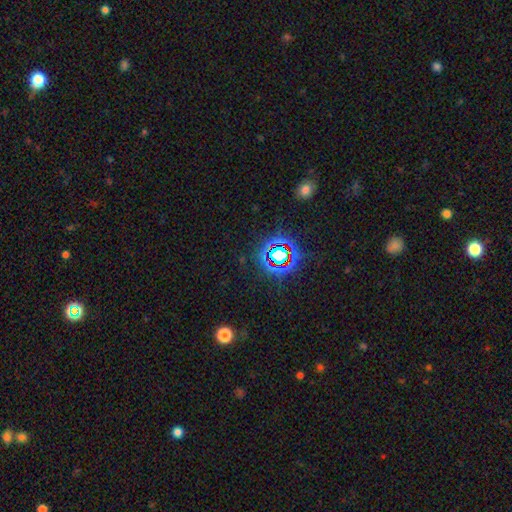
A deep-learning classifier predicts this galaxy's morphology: Smooth or featured: star or artifact — 72% (smooth — 18%)